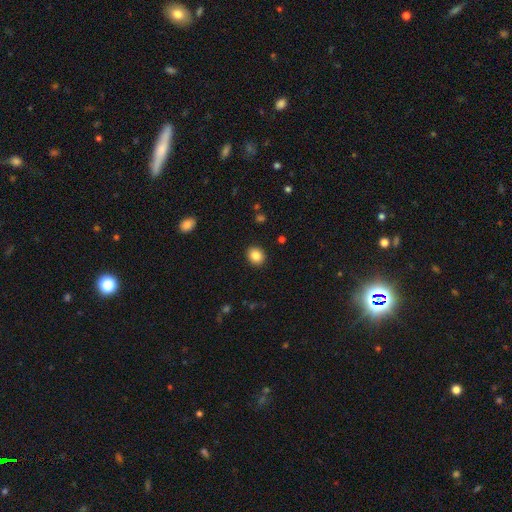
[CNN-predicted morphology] smooth 85%, star or artifact 9%, featured or disk 6%. Down the decision tree: how rounded — round (72%); merging — none (91%).